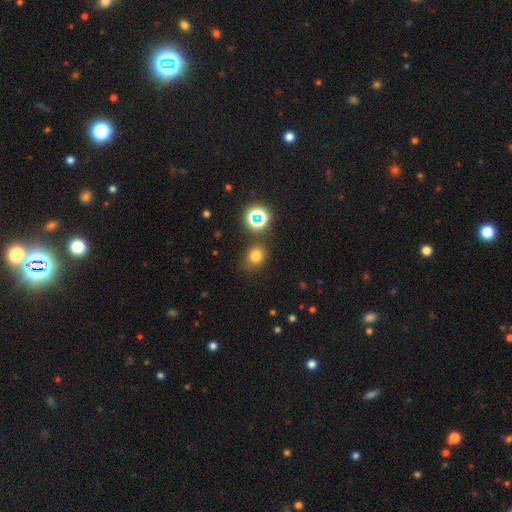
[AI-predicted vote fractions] Smooth or featured? smooth (72%)
How rounded? round (71%)
Merging? none (79%)